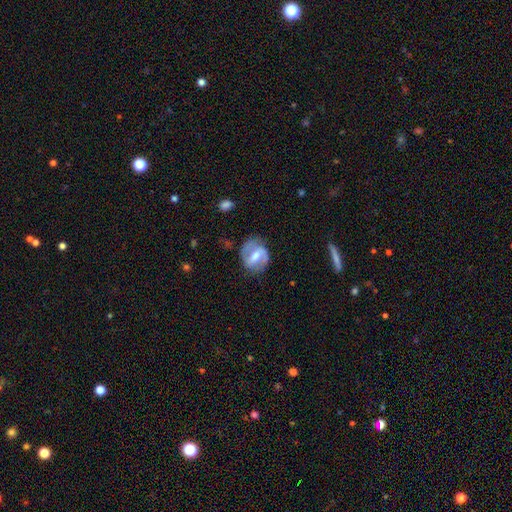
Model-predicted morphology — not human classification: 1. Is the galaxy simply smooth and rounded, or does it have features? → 70% featured or disk, 24% smooth, 6% star or artifact.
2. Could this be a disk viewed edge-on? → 96% no, 4% yes.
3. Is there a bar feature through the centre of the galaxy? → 42% strong (tied), 42% weak (tied), 16% no.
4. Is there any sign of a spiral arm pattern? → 78% yes, 22% no.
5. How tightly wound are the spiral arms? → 48% medium, 30% tight, 23% loose.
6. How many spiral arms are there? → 83% 2, 9% can't tell, 5% 1, 1% 3, 1% 4, 1% more than 4.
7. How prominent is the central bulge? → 62% moderate, 17% large, 17% small, 3% none, 2% dominant.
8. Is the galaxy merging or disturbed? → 70% none, 19% minor disturbance, 9% major disturbance, 2% merger.